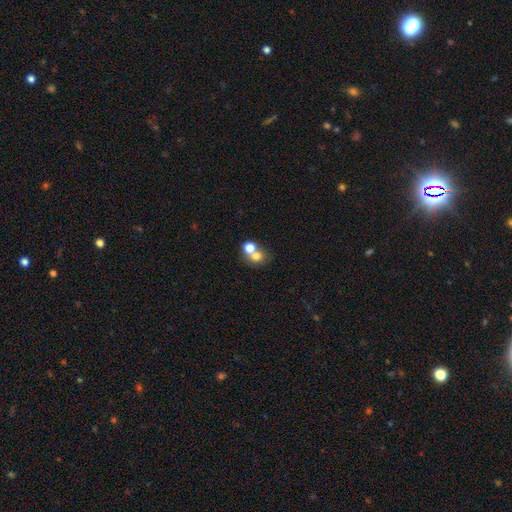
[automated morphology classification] A smooth galaxy with no disk features (72%) that is round (70%). Merging: merger (56%).